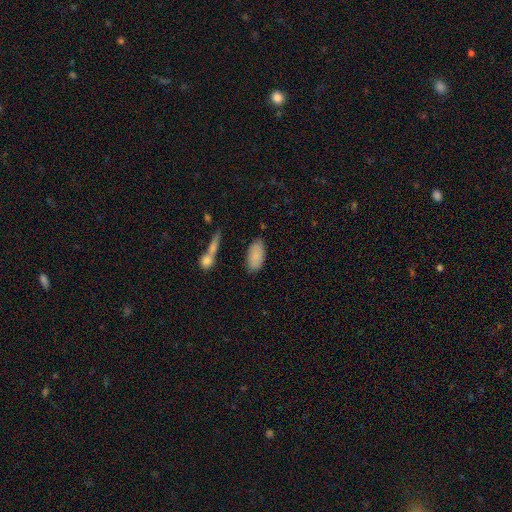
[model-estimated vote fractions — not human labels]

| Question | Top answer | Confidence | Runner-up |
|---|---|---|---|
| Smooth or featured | smooth | 85% | featured or disk (8%) |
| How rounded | in between | 92% | cigar-shaped (5%) |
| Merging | none | 76% | minor disturbance (14%) |